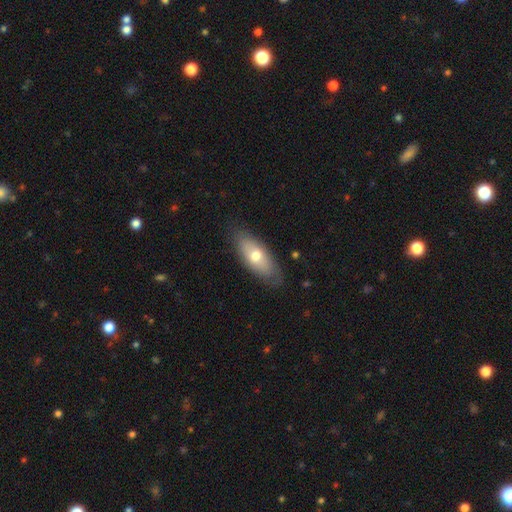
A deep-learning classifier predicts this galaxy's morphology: smooth_or_featured: smooth (p=0.63) [alt: featured or disk p=0.30]
how_rounded: in between (p=0.79) [alt: cigar-shaped p=0.18]
merging: none (p=0.80) [alt: minor disturbance p=0.15]